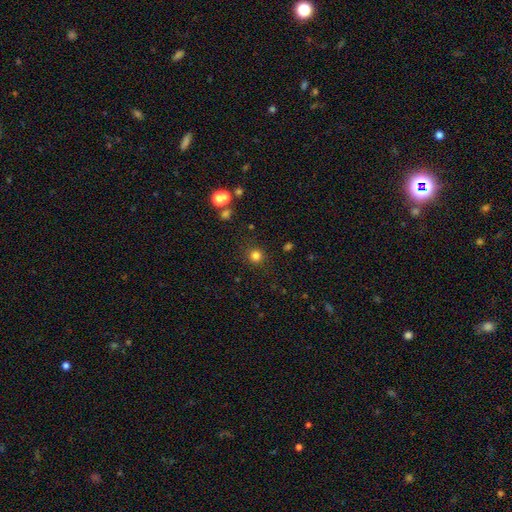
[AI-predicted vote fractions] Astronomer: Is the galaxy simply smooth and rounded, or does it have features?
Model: smooth — 80%.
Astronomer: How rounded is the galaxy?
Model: round — 94%.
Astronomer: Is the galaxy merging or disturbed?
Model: none — 89%.